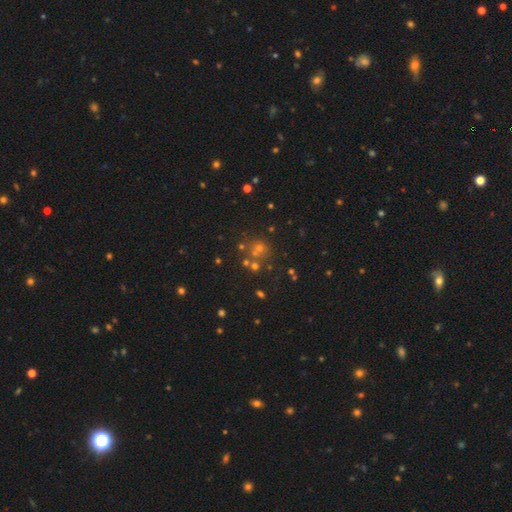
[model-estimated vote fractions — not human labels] Smooth or featured?
  - star or artifact: 45% *
  - smooth: 41%
  - featured or disk: 14%